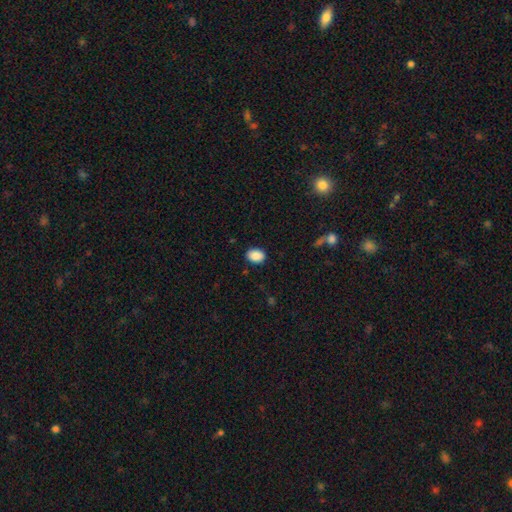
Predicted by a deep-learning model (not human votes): Smooth or featured?
  - smooth: 89% *
  - star or artifact: 8%
  - featured or disk: 3%
How rounded?
  - in between: 75% *
  - round: 24%
  - cigar-shaped: 1%
Merging?
  - none: 88% *
  - minor disturbance: 9%
  - major disturbance: 2%
  - merger: 1%